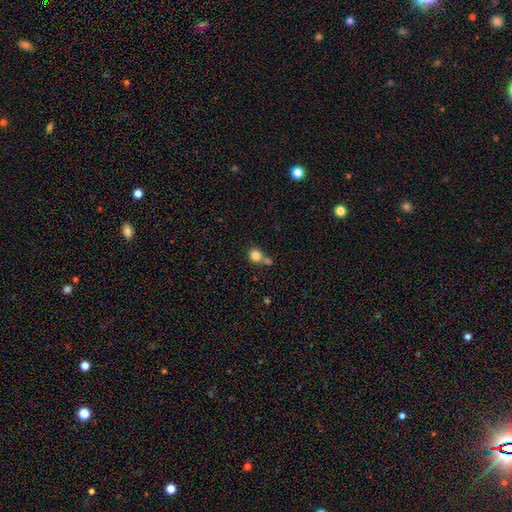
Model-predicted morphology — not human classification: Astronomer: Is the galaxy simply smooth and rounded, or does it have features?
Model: smooth — 83%.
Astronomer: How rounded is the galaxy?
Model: round — 78%.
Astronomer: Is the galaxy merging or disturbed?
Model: none — 50% (runner-up: merger, 35%).